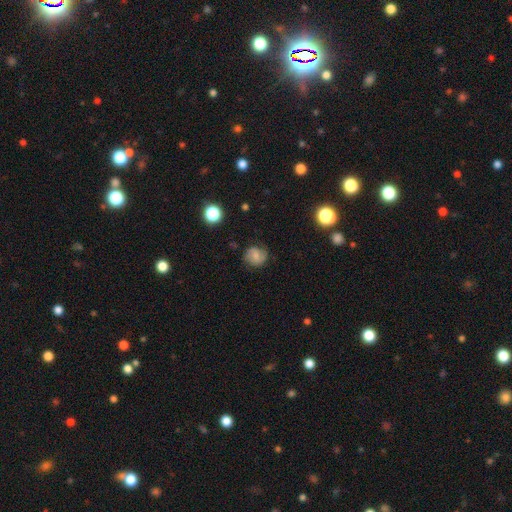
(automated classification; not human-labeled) smooth_or_featured: smooth (p=0.56) [alt: featured or disk p=0.33]
how_rounded: round (p=0.81) [alt: in between p=0.18]
merging: none (p=0.77) [alt: minor disturbance p=0.17]